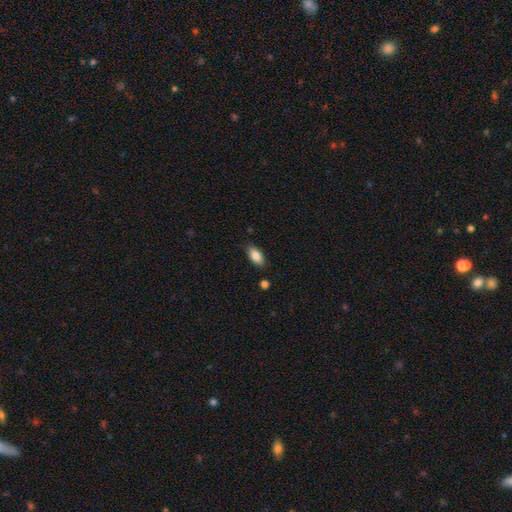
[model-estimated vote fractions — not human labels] Smooth or featured: smooth — 86% (featured or disk — 7%)
How rounded: in between — 92% (cigar-shaped — 5%)
Merging: none — 84% (minor disturbance — 11%)